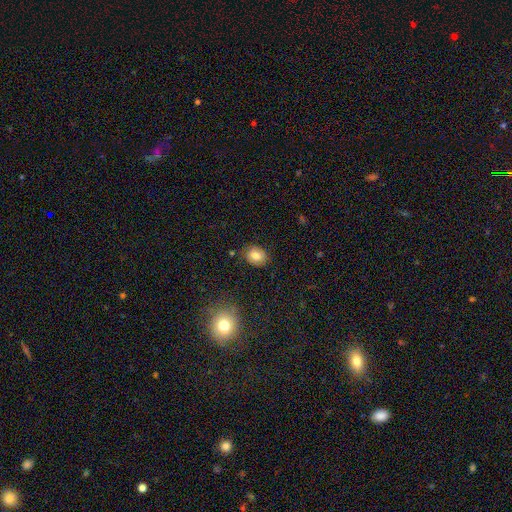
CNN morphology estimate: Q: Smooth or featured?
A: smooth (77%); runner-up: featured or disk (12%)
Q: How rounded?
A: in between (53%); runner-up: round (46%)
Q: Merging?
A: none (82%); runner-up: minor disturbance (13%)